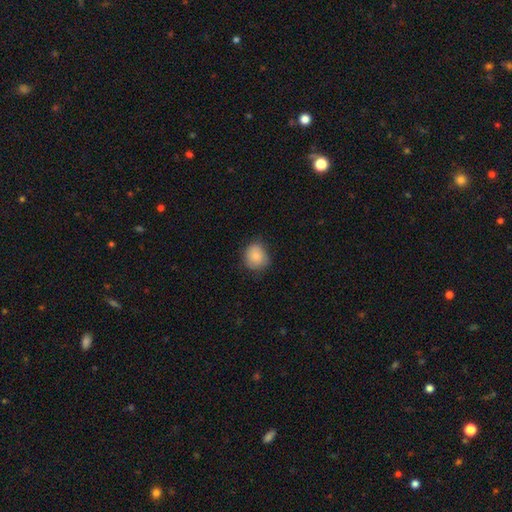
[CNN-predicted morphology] This is clearly a smooth galaxy (85%). How rounded: clearly round (81%). Merging: likely none (75%).